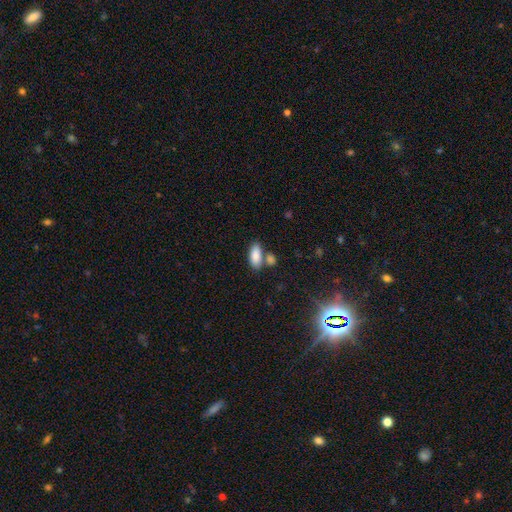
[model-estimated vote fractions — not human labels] smooth_or_featured: smooth (p=0.86) [alt: star or artifact p=0.07]
how_rounded: in between (p=0.87) [alt: cigar-shaped p=0.10]
merging: none (p=0.59) [alt: merger p=0.25]